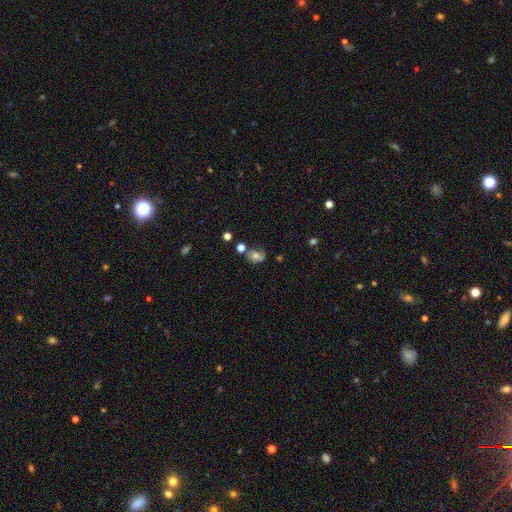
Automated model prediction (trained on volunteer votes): smooth-or-featured: smooth: 51% | featured or disk: 35% | star or artifact: 14%
  how-rounded: in between: 58% | round: 40% | cigar-shaped: 2%
  merging: none: 43% | minor disturbance: 27% | major disturbance: 18% | merger: 12%